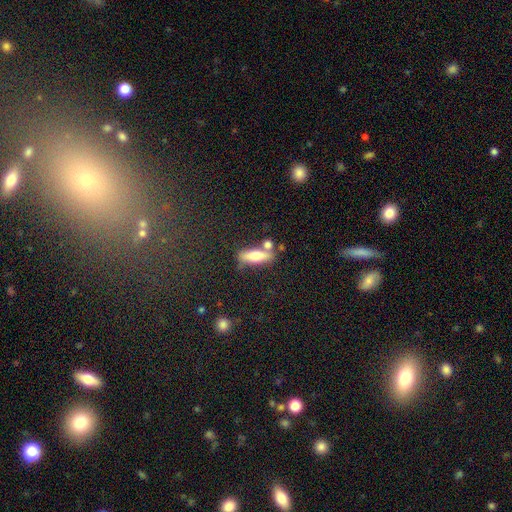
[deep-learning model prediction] smooth-or-featured: smooth: 62% | featured or disk: 29% | star or artifact: 9%
  how-rounded: in between: 48% (tied) | cigar-shaped: 48% (tied) | round: 4%
  merging: none: 64% | merger: 17% | minor disturbance: 14% | major disturbance: 5%